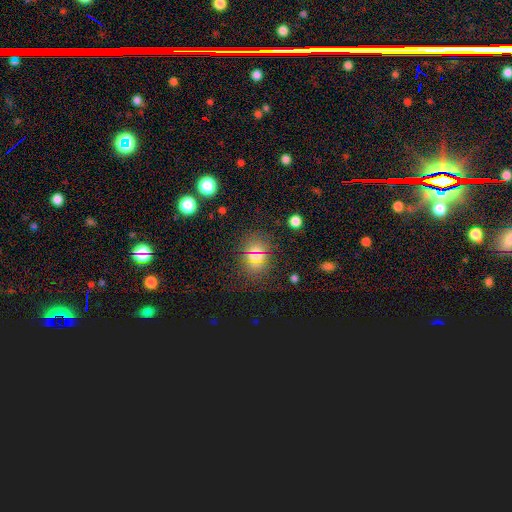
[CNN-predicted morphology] This appears to be a smooth galaxy with no disk features (53%) that is round (67%). Merging: none (81%).